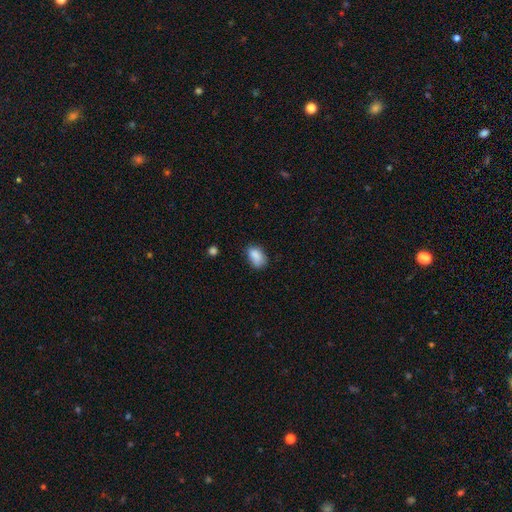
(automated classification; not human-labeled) smooth 85%, star or artifact 9%, featured or disk 6%. Down the decision tree: how rounded — in between (87%); merging — none (60%).